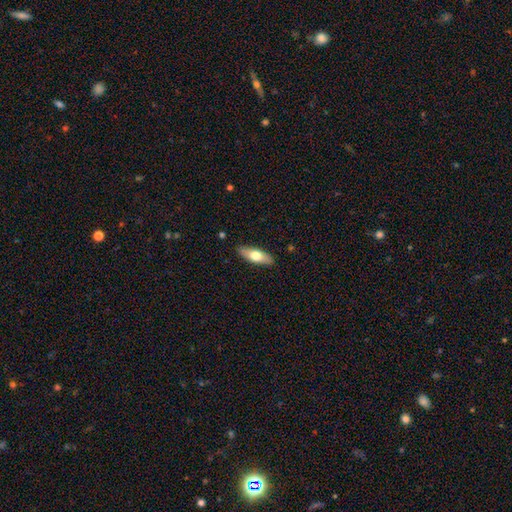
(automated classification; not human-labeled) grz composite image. It shows a smooth galaxy with no disk features (63%) that is in between round and cigar-shaped (65%). Merging: none (88%).